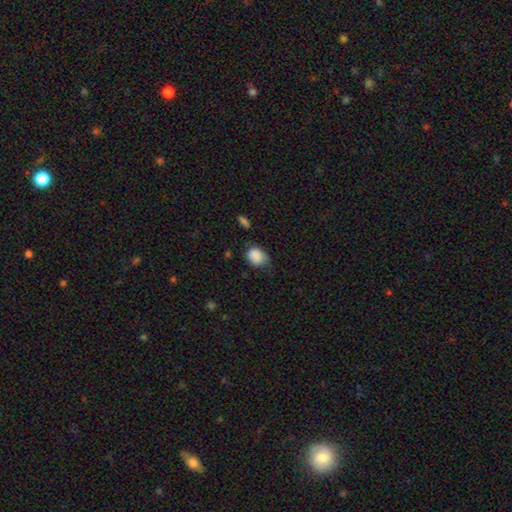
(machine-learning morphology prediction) Smooth or featured?
  - smooth: 87% *
  - star or artifact: 8%
  - featured or disk: 4%
How rounded?
  - round: 51% *
  - in between: 48%
  - cigar-shaped: 1%
Merging?
  - none: 56% *
  - minor disturbance: 33%
  - major disturbance: 8%
  - merger: 2%